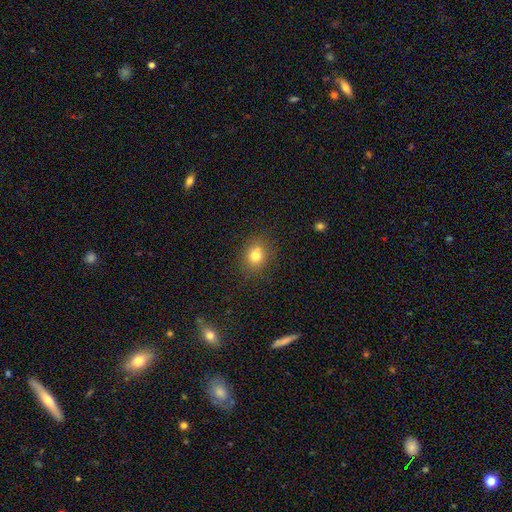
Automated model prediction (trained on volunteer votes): Morphology: type=smooth (77%); roundness=round (70%); merging=none (82%).